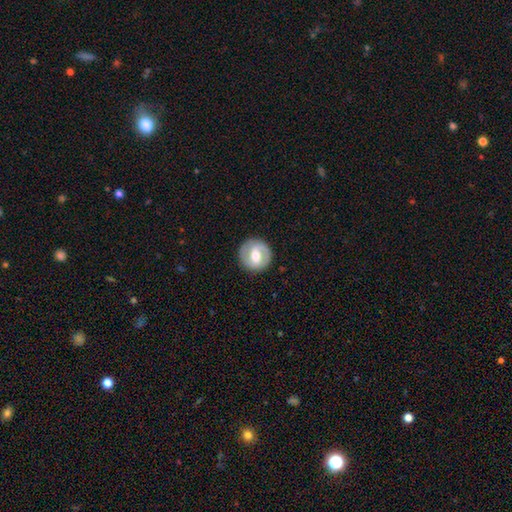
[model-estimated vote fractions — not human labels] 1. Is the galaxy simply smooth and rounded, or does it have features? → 65% featured or disk, 29% smooth, 5% star or artifact.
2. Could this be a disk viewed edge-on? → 97% no, 3% yes.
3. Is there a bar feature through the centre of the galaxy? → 47% weak, 33% strong, 20% no.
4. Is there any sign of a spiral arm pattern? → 73% yes, 27% no.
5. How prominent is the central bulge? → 71% moderate, 16% small, 10% large, 1% dominant, 1% none.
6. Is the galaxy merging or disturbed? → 88% none, 8% minor disturbance, 3% major disturbance, 1% merger.